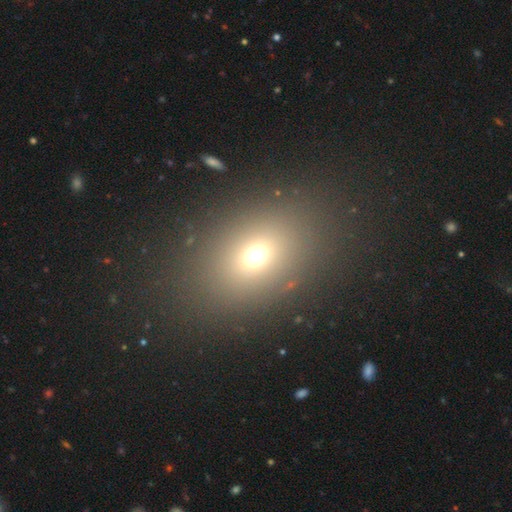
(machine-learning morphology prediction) Q: Smooth or featured?
A: smooth (67%); runner-up: star or artifact (21%)
Q: How rounded?
A: in between (60%); runner-up: round (39%)
Q: Merging?
A: none (82%); runner-up: minor disturbance (9%)